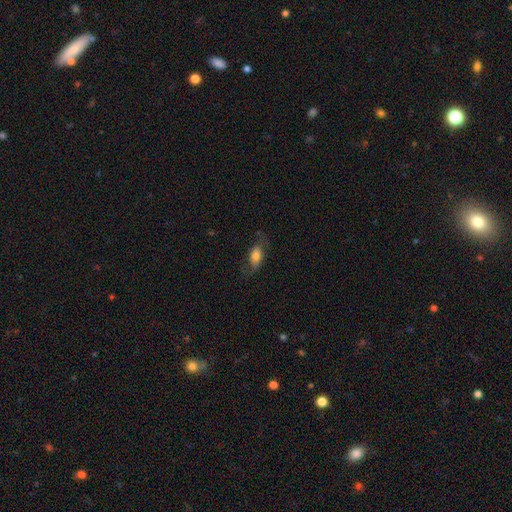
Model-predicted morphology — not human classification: type=smooth (67%); roundness=in between (83%); merging=none (64%).